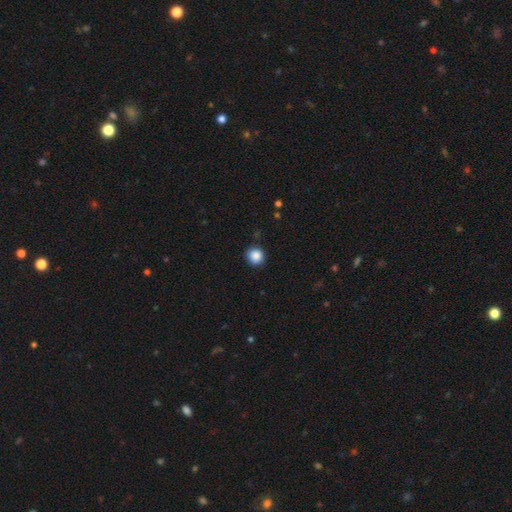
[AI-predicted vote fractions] The model was most divided on "smooth or featured": smooth: 87%, star or artifact: 10%, featured or disk: 3%. More confident: how rounded — round (93%); merging — none (89%).